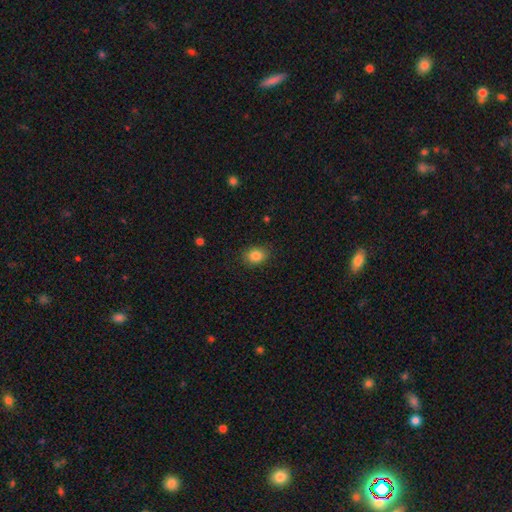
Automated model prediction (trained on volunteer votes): This is clearly a smooth galaxy (85%). How rounded: possibly in between (59%). Merging: clearly none (86%).